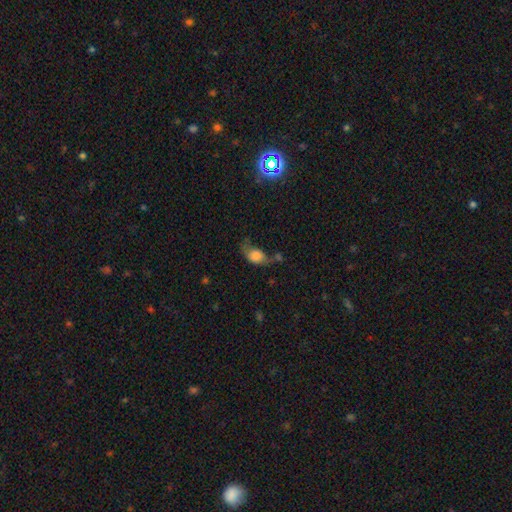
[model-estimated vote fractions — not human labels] Smooth or featured? smooth (70%)
How rounded? in between (72%)
Merging? major disturbance (35%)